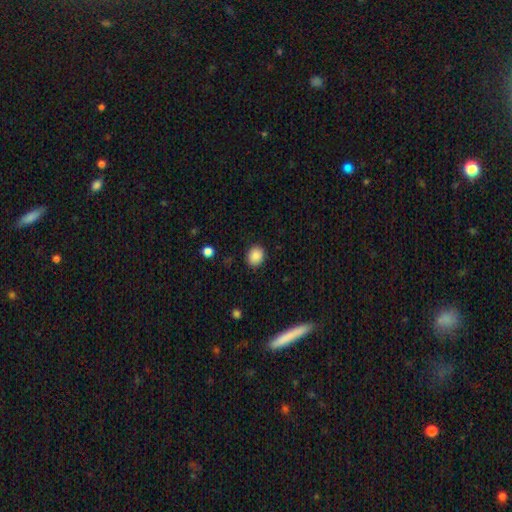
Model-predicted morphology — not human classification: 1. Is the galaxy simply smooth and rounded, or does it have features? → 88% smooth, 9% star or artifact, 4% featured or disk.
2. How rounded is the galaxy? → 58% round, 41% in between, 1% cigar-shaped.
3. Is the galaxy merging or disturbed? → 88% none, 8% minor disturbance, 2% major disturbance, 1% merger.